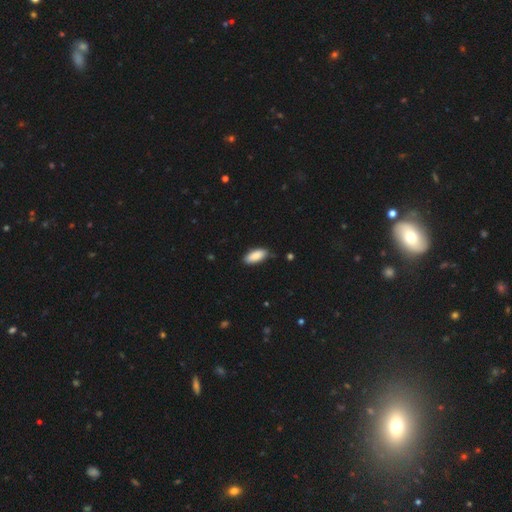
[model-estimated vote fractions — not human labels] This appears to be a smooth galaxy with no disk features (87%) that is in between round and cigar-shaped (85%). Merging: none (81%).